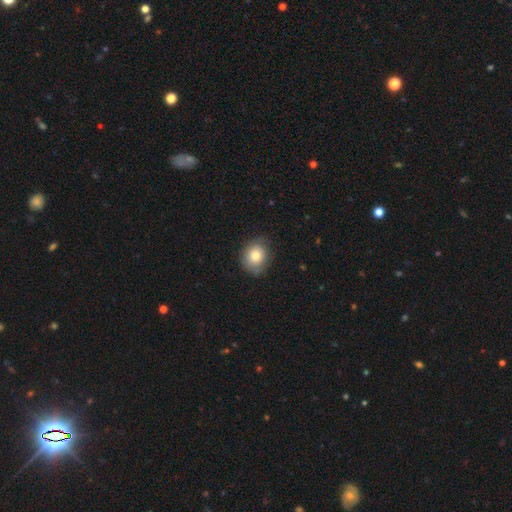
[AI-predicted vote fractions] Smooth or featured?
  - smooth: 80% *
  - featured or disk: 11%
  - star or artifact: 9%
How rounded?
  - round: 67% *
  - in between: 32%
  - cigar-shaped: 1%
Merging?
  - none: 77% *
  - minor disturbance: 19%
  - major disturbance: 4%
  - merger: 1%